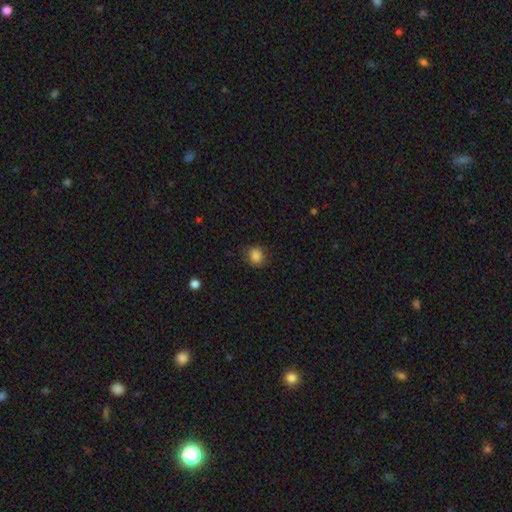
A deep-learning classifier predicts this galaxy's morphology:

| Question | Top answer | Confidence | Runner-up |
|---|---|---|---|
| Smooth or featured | smooth | 86% | star or artifact (10%) |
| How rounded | round | 79% | in between (20%) |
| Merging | none | 83% | minor disturbance (12%) |